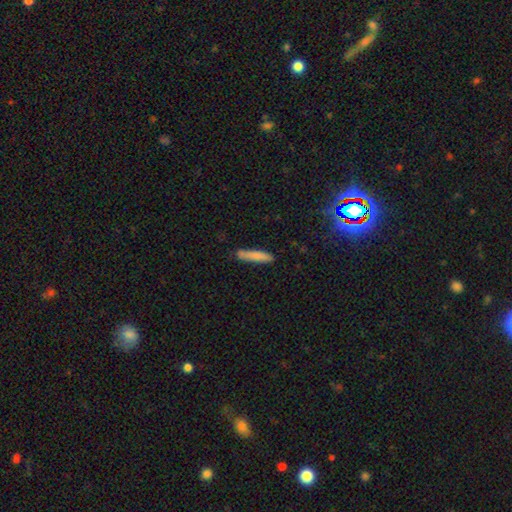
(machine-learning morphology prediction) smooth_or_featured: smooth (p=0.81) [alt: featured or disk p=0.13]
how_rounded: cigar-shaped (p=0.88) [alt: in between p=0.11]
merging: none (p=0.81) [alt: minor disturbance p=0.15]